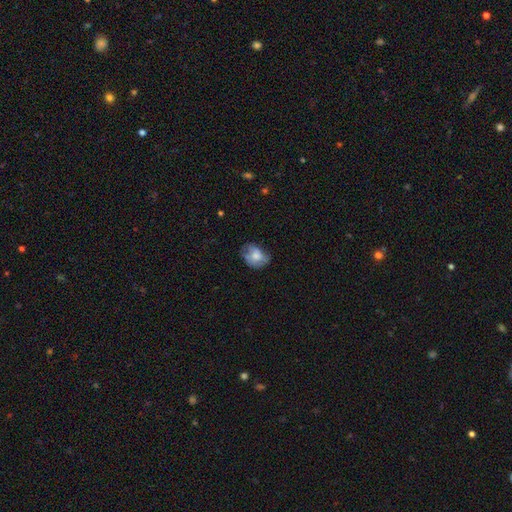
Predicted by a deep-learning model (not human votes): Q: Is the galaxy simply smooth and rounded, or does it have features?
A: smooth — 52%.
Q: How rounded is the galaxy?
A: in between — 64%.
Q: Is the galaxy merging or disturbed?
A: none — 47%.